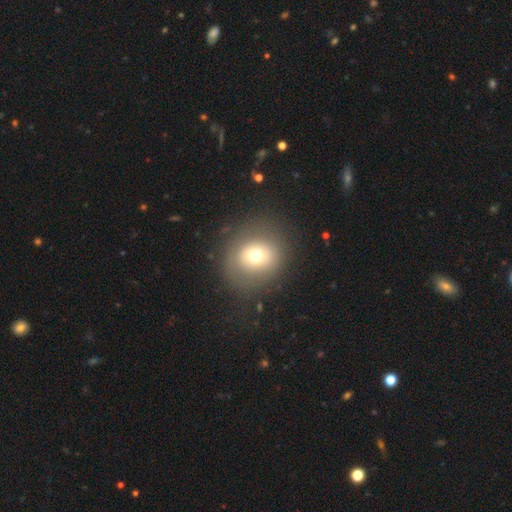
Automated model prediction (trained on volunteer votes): Smooth or featured?
  - smooth: 63% *
  - featured or disk: 24%
  - star or artifact: 13%
How rounded?
  - round: 82% *
  - in between: 18%
  - cigar-shaped: 1%
Merging?
  - none: 79% *
  - minor disturbance: 11%
  - major disturbance: 8%
  - merger: 1%